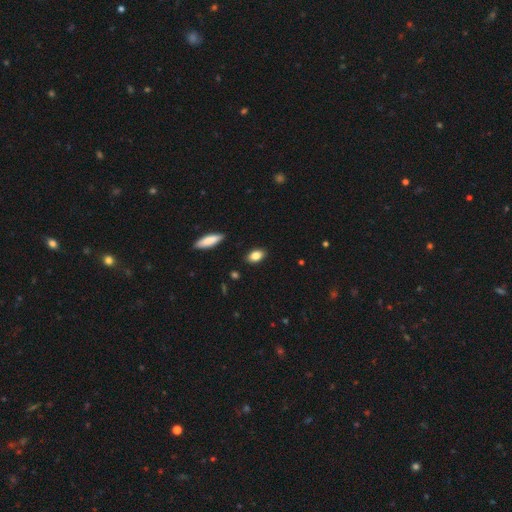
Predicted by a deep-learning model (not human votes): smooth_or_featured: smooth (p=0.84) [alt: star or artifact p=0.08]
how_rounded: in between (p=0.88) [alt: round p=0.08]
merging: none (p=0.88) [alt: minor disturbance p=0.09]